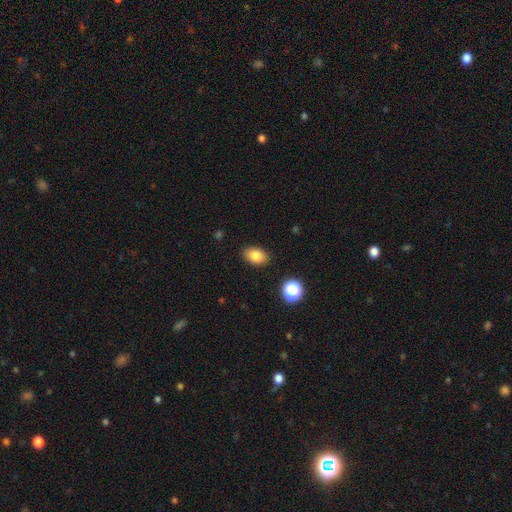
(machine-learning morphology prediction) Overall: smooth (82%). How rounded: in between (84%). Merging: none (86%).